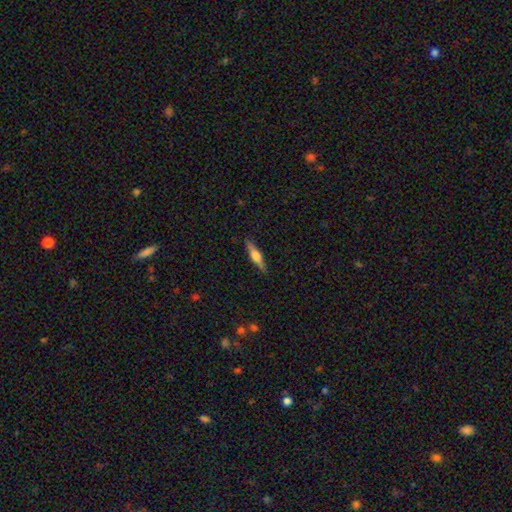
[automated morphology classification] smooth-or-featured: featured or disk: 64% | smooth: 30% | star or artifact: 6%
  disk-edge-on: yes: 97% | no: 3%
    edge-on-bulge: rounded: 89% | boxy: 8% | none: 3%
  merging: none: 90% | minor disturbance: 8% | major disturbance: 2% | merger: 1%